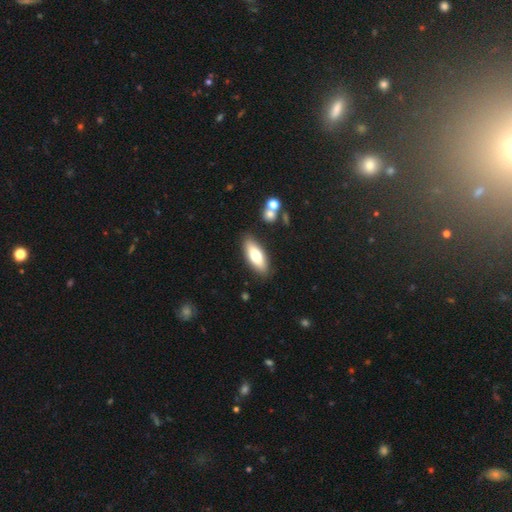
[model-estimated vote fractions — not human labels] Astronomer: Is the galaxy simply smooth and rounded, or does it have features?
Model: smooth — 68%.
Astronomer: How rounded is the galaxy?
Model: in between — 66%.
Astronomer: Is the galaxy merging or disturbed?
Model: none — 86%.